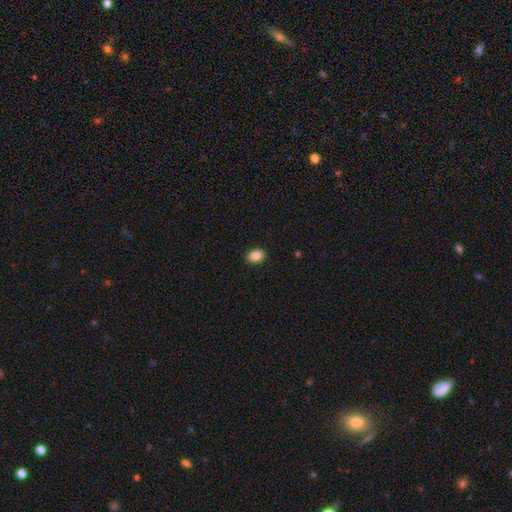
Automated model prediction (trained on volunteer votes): Smooth or featured: smooth — 86% (star or artifact — 9%)
How rounded: in between — 74% (round — 25%)
Merging: none — 91% (minor disturbance — 7%)